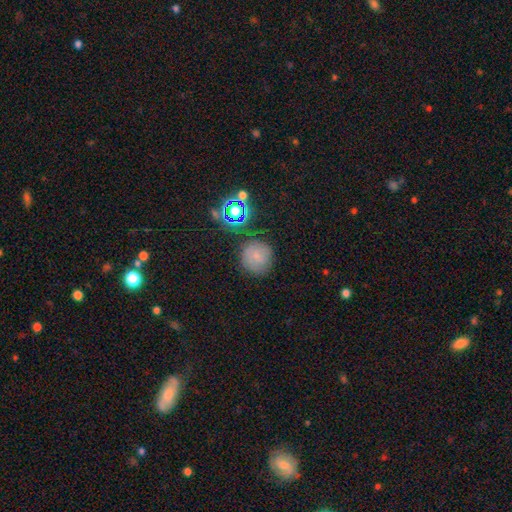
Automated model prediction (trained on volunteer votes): smooth-or-featured: smooth: 65% | star or artifact: 18% | featured or disk: 17%
  how-rounded: round: 92% | in between: 7% | cigar-shaped: 1%
  merging: none: 77% | minor disturbance: 14% | major disturbance: 5% | merger: 4%